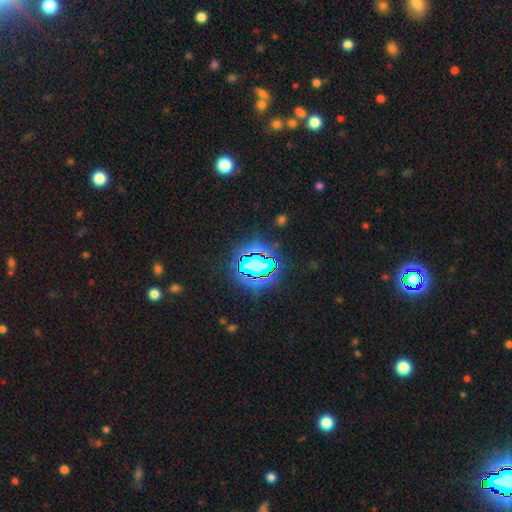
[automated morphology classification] The model was most divided on "smooth or featured": star or artifact: 66%, smooth: 21%, featured or disk: 13%.